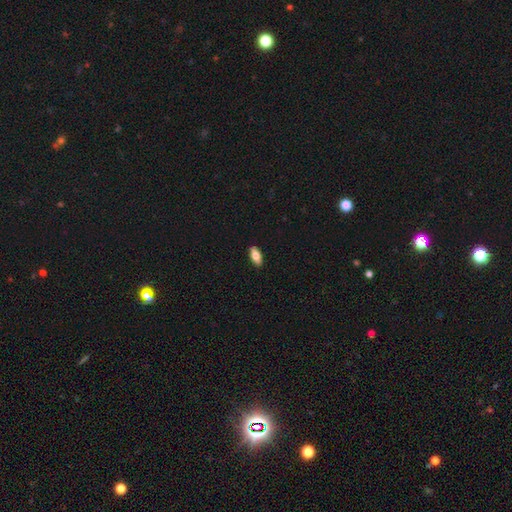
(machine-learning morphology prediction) Smooth or featured: smooth — 80% (featured or disk — 14%)
How rounded: in between — 82% (cigar-shaped — 16%)
Merging: none — 90% (minor disturbance — 8%)